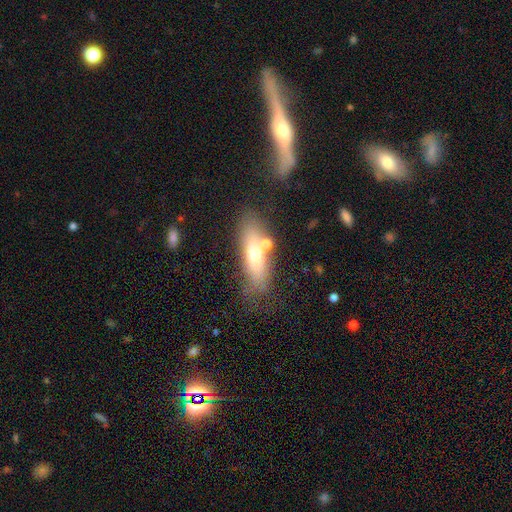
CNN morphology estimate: Q: Smooth or featured?
A: smooth (57%); runner-up: featured or disk (34%)
Q: How rounded?
A: cigar-shaped (49%); runner-up: in between (48%)
Q: Merging?
A: none (57%); runner-up: merger (18%)